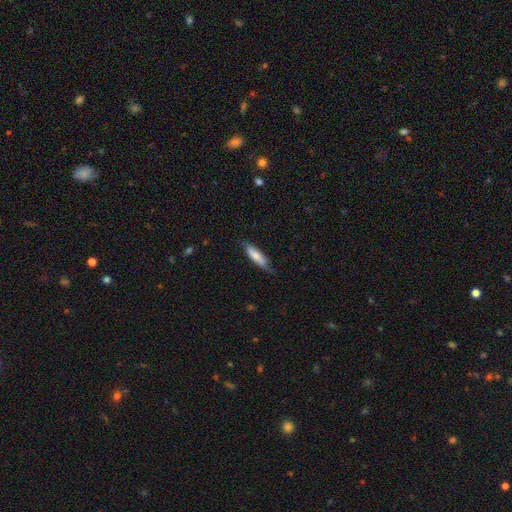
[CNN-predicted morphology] This appears to be a smooth galaxy with no disk features (75%) that is cigar-shaped (61%). Merging: none (69%).